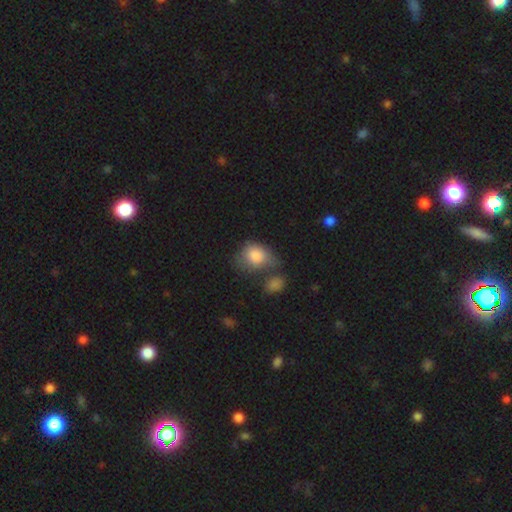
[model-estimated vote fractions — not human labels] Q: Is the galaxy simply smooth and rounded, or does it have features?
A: smooth — 81%.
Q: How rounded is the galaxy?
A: in between — 58%.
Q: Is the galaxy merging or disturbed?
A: none — 32%.